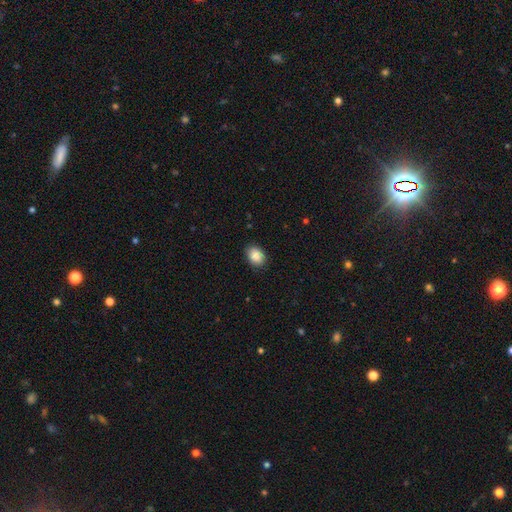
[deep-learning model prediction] This appears to be a smooth galaxy with no disk features (89%) that is in between round and cigar-shaped (65%). Merging: none (88%).